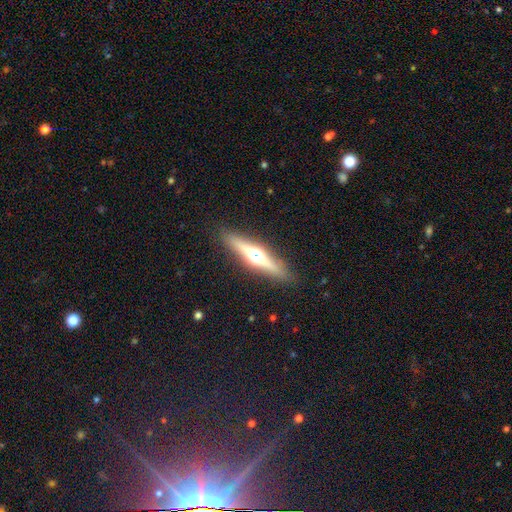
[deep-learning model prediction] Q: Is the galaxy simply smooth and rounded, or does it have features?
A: featured or disk — 68%.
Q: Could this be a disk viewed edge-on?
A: yes — 95%.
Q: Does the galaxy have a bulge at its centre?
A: rounded — 94%.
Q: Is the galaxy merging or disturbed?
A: none — 89%.